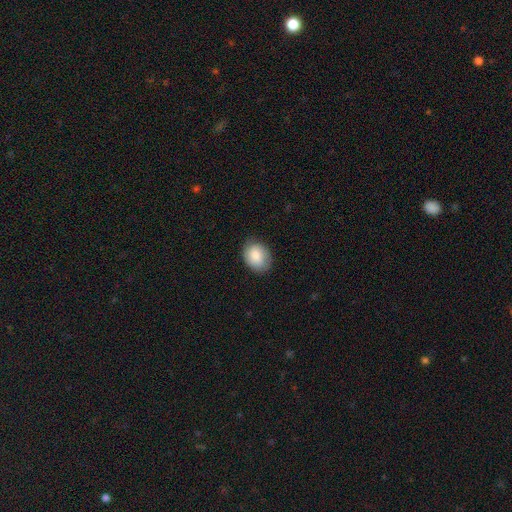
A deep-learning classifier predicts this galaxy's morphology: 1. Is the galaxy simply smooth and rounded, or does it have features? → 84% smooth, 10% featured or disk, 7% star or artifact.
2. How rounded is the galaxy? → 62% in between, 37% round, 1% cigar-shaped.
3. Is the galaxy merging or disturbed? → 79% none, 17% minor disturbance, 3% major disturbance, 1% merger.